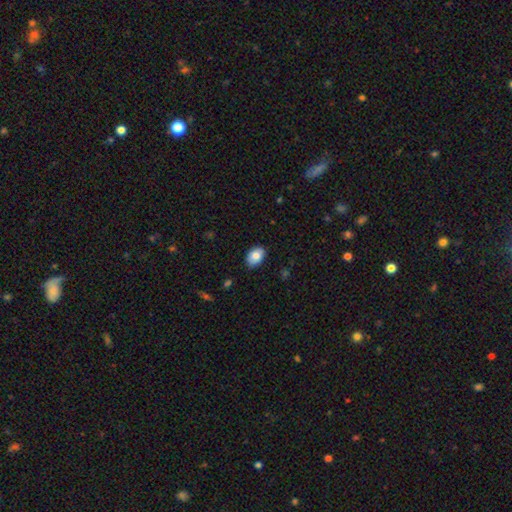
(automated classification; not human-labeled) Q: Smooth or featured?
A: smooth (82%); runner-up: featured or disk (11%)
Q: How rounded?
A: in between (87%); runner-up: round (12%)
Q: Merging?
A: none (84%); runner-up: minor disturbance (13%)